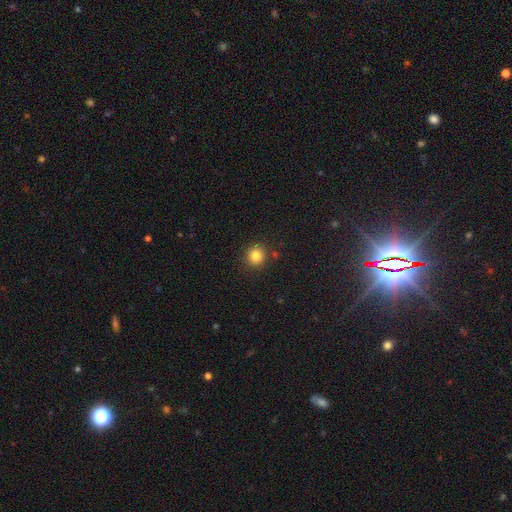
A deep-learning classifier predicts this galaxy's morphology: smooth 84%, star or artifact 12%, featured or disk 5%. Down the decision tree: how rounded — round (91%); merging — none (87%).